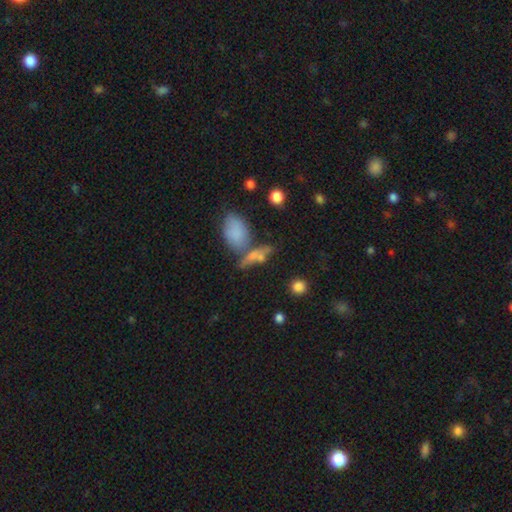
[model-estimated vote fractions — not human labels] The model was most divided on "merging": none: 43%, merger: 33%, minor disturbance: 15%, major disturbance: 9%. More confident: smooth or featured — smooth (57%); how rounded — in between (52%).